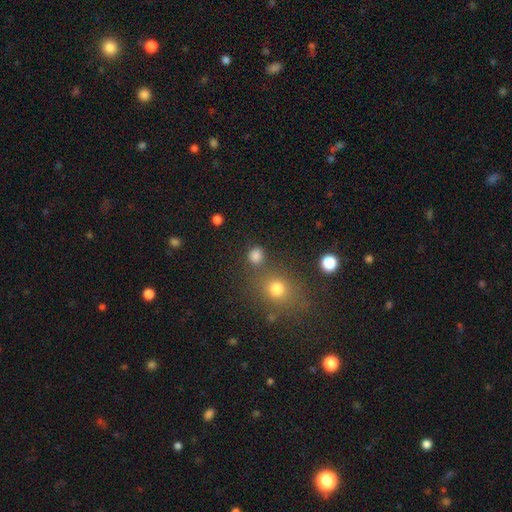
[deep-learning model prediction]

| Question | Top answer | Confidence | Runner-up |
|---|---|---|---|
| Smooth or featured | smooth | 81% | star or artifact (15%) |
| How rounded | round | 82% | in between (17%) |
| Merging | none | 75% | merger (12%) |